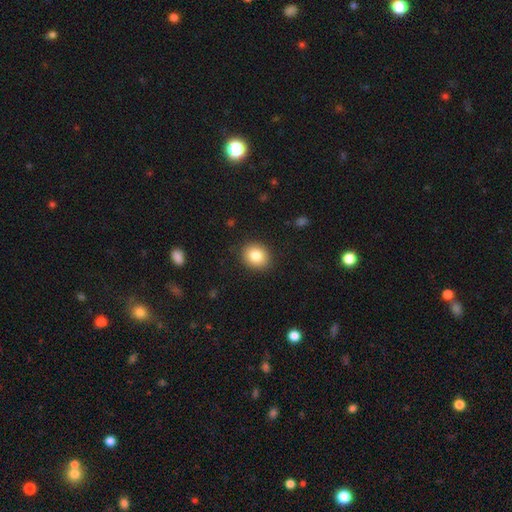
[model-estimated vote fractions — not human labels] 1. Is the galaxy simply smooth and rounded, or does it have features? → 84% smooth, 9% star or artifact, 7% featured or disk.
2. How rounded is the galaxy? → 65% round, 34% in between, 1% cigar-shaped.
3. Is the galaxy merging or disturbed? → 89% none, 8% minor disturbance, 2% major disturbance, 1% merger.